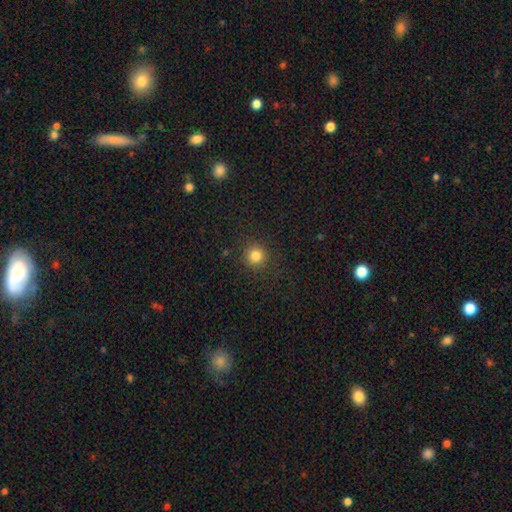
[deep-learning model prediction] Morphology: type=smooth (82%); roundness=round (93%); merging=none (89%).